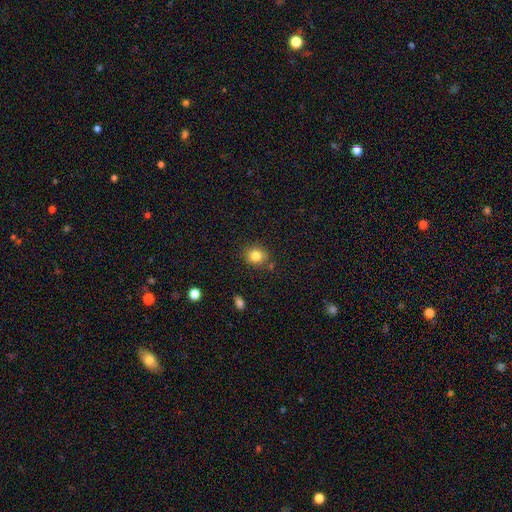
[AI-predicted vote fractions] Smooth or featured: smooth — 82% (star or artifact — 11%)
How rounded: round — 76% (in between — 23%)
Merging: none — 82% (minor disturbance — 11%)